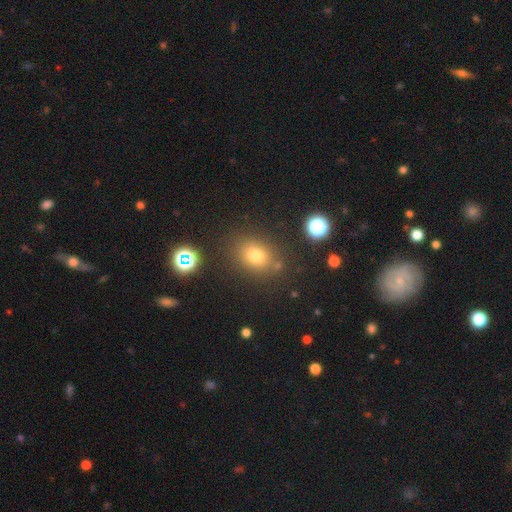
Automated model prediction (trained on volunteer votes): smooth 72%, star or artifact 19%, featured or disk 9%. Down the decision tree: how rounded — round (55%); merging — none (80%).